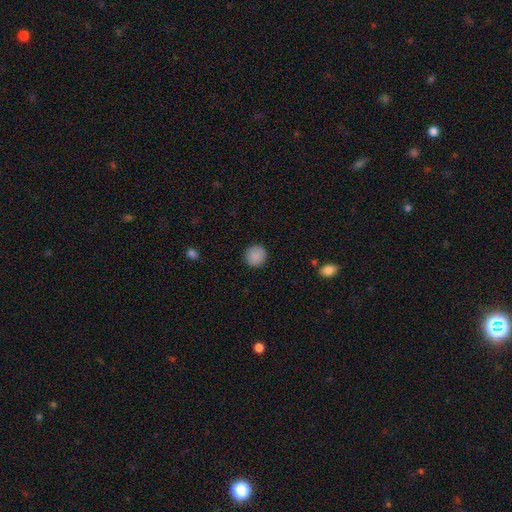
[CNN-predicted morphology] Smooth or featured? smooth (89%)
How rounded? round (93%)
Merging? none (91%)